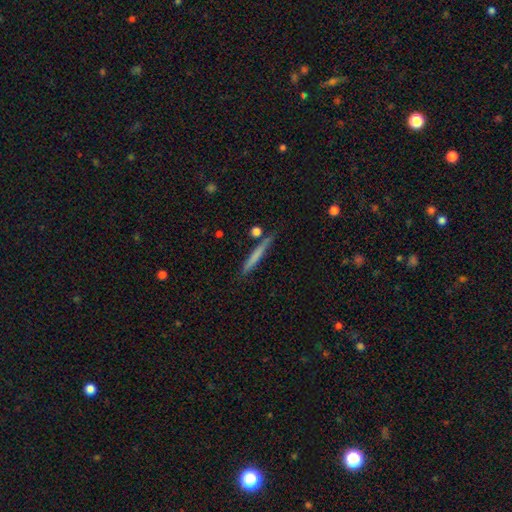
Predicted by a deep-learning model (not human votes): Q: Smooth or featured?
A: smooth (62%); runner-up: featured or disk (32%)
Q: How rounded?
A: cigar-shaped (96%); runner-up: in between (3%)
Q: Merging?
A: none (82%); runner-up: minor disturbance (11%)